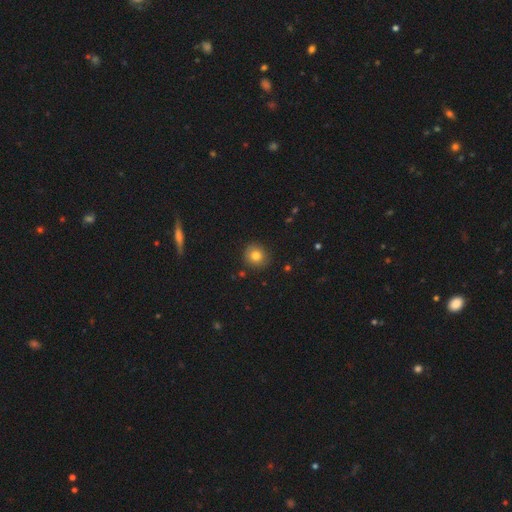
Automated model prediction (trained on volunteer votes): A smooth galaxy with no disk features (80%) that is round (87%). Merging: none (88%).